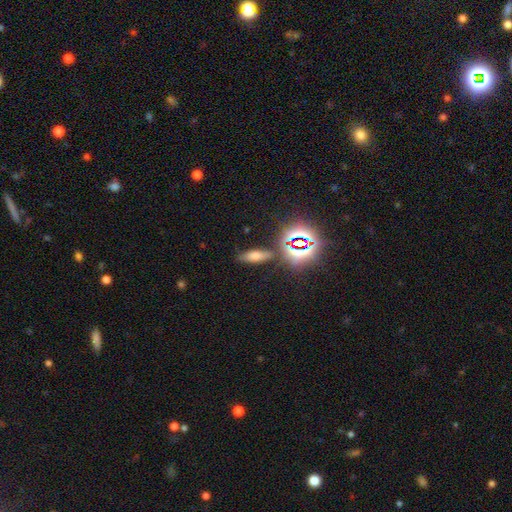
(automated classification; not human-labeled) Q: Smooth or featured?
A: smooth (59%); runner-up: star or artifact (27%)
Q: How rounded?
A: in between (58%); runner-up: cigar-shaped (34%)
Q: Merging?
A: none (78%); runner-up: minor disturbance (12%)